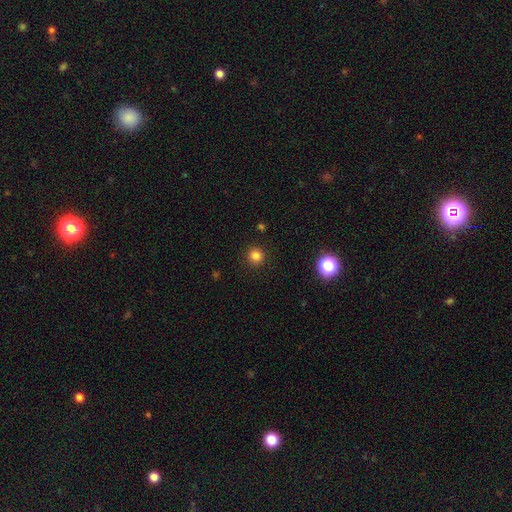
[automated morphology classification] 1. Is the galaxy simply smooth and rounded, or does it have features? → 82% smooth, 14% star or artifact, 4% featured or disk.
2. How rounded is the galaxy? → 94% round, 5% in between, 1% cigar-shaped.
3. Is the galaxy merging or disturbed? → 91% none, 5% minor disturbance, 2% major disturbance, 1% merger.